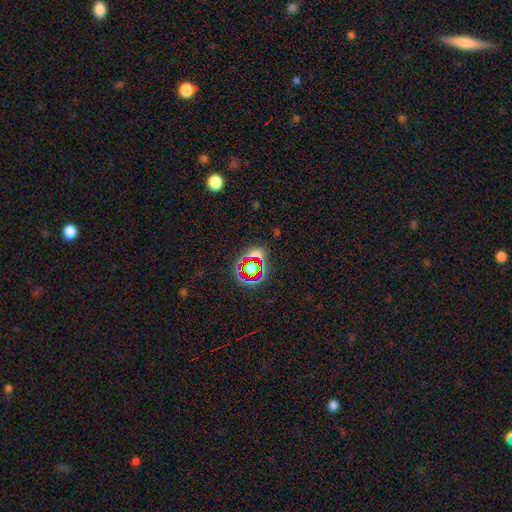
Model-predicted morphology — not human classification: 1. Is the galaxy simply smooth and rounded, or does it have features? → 71% star or artifact, 18% smooth, 11% featured or disk.